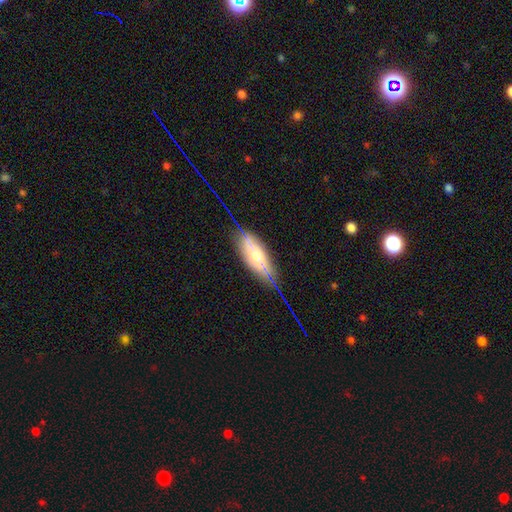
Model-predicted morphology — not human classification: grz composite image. It shows a featured or disk galaxy (45%, tied with smooth). Merging: none (63%).